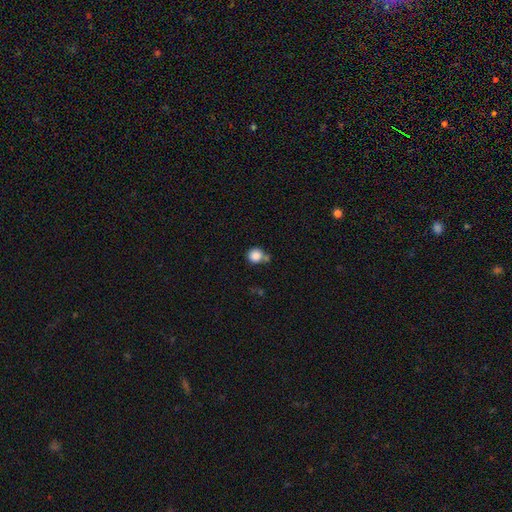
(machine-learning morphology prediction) Q: Smooth or featured?
A: smooth (86%); runner-up: star or artifact (10%)
Q: How rounded?
A: round (91%); runner-up: in between (8%)
Q: Merging?
A: none (62%); runner-up: merger (20%)